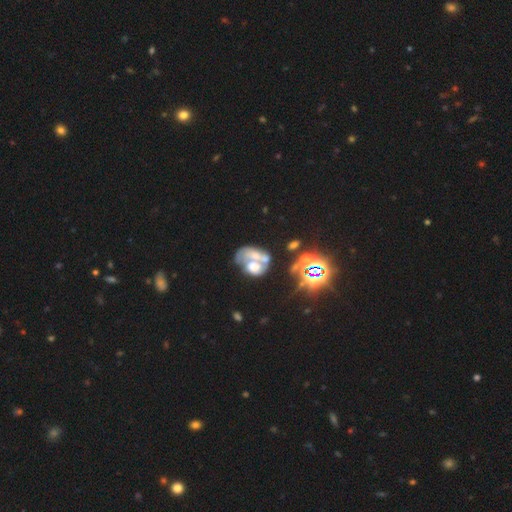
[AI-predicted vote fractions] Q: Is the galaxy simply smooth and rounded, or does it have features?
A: featured or disk — 52%.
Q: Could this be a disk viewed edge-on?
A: no — 97%.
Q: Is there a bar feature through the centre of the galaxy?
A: no — 91%.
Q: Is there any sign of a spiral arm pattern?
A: no — 82%.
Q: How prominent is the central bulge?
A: none — 42%.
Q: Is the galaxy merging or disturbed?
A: merger — 48%.